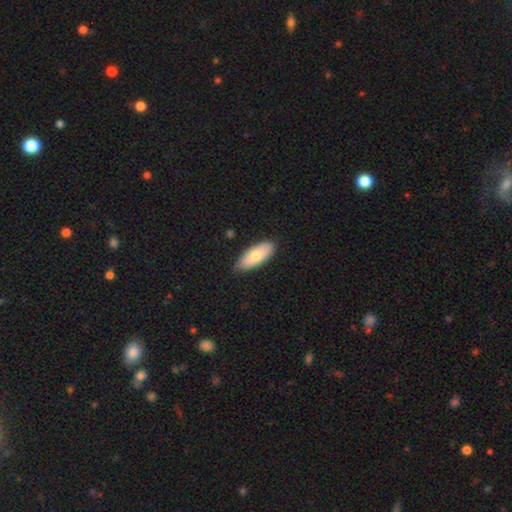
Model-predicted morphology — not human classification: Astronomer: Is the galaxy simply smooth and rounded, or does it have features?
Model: smooth — 76%.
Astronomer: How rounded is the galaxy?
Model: in between — 78%.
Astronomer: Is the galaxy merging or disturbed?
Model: none — 82%.